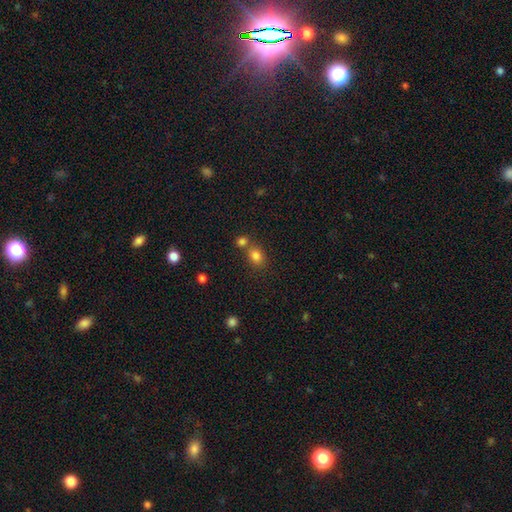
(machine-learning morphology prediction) type=smooth (81%); roundness=in between (52%); merging=none (57%).